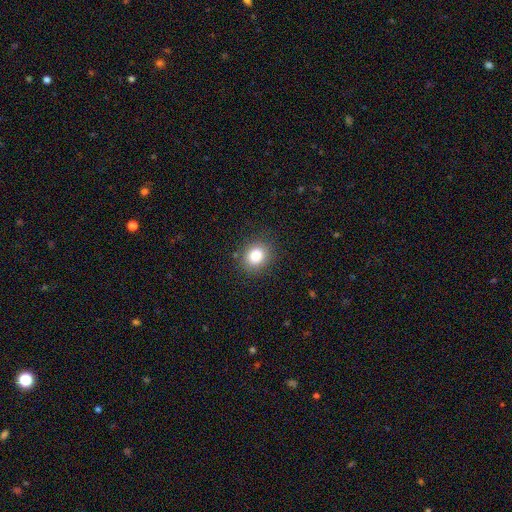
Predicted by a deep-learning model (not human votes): Smooth or featured? Predicted: smooth (p=0.82). How rounded? Predicted: round (p=0.71). Merging? Predicted: none (p=0.86).